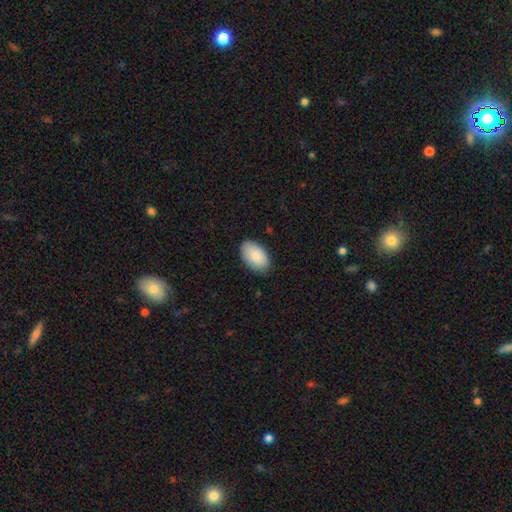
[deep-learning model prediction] Smooth or featured: smooth — 88% (featured or disk — 6%)
How rounded: in between — 95% (round — 4%)
Merging: none — 84% (minor disturbance — 13%)